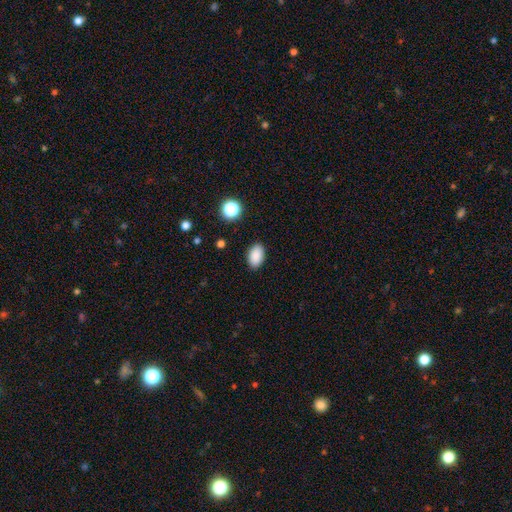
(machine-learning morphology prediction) This appears to be a smooth galaxy with no disk features (88%) that is in between round and cigar-shaped (90%). Merging: none (88%).